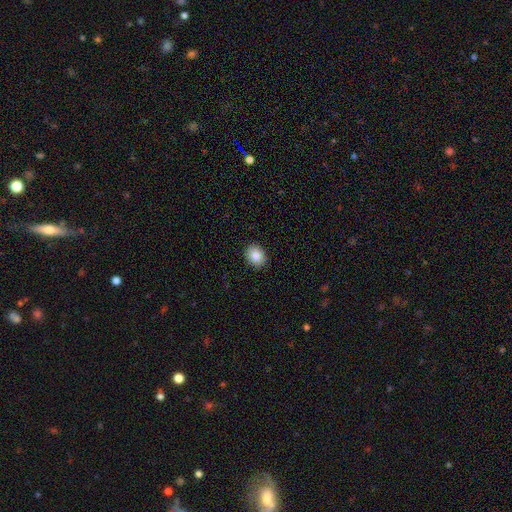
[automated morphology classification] This is clearly a smooth galaxy (84%). How rounded: possibly round (51%). Merging: clearly none (91%).